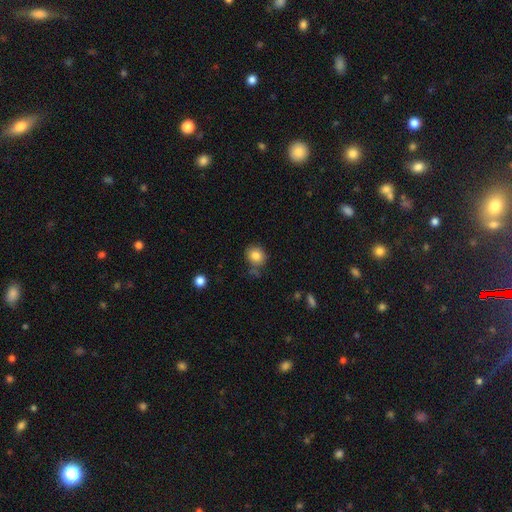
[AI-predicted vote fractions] A smooth galaxy with no disk features (83%) that is round (75%).

Vote fractions:
- Smooth or featured? smooth: 83% / star or artifact: 10% / featured or disk: 7%
- How rounded? round: 75% / in between: 24% / cigar-shaped: 1%
- Merging? none: 72% / minor disturbance: 18% / merger: 6% / major disturbance: 4%